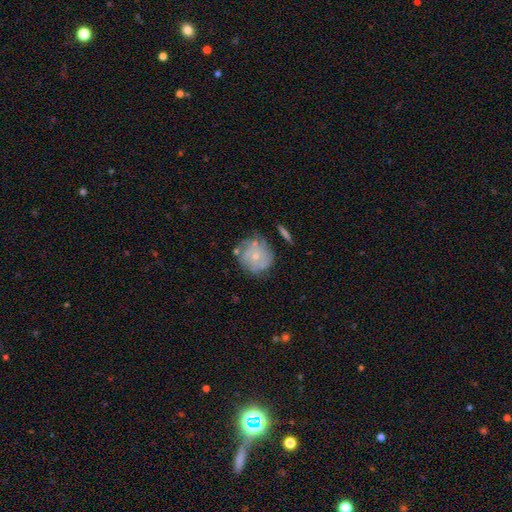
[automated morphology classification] Q: Smooth or featured?
A: featured or disk (63%); runner-up: smooth (30%)
Q: Edge-on disk?
A: no (97%); runner-up: yes (3%)
Q: Bar?
A: no (82%); runner-up: weak (15%)
Q: Spiral arms?
A: yes (72%); runner-up: no (28%)
Q: Bulge size?
A: small (69%); runner-up: moderate (26%)
Q: Merging?
A: none (61%); runner-up: minor disturbance (23%)